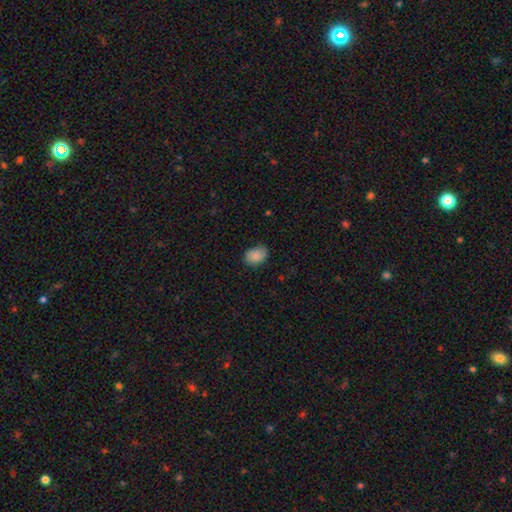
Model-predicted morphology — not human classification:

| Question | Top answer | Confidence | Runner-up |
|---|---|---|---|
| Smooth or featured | smooth | 82% | featured or disk (10%) |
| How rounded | in between | 78% | round (21%) |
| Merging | none | 72% | minor disturbance (23%) |